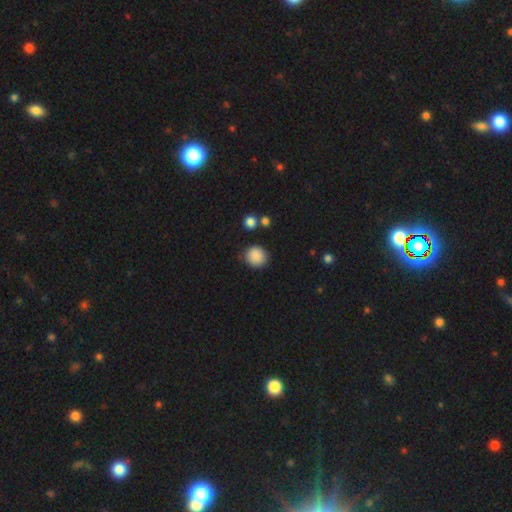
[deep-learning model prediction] Morphology: type=smooth (88%); roundness=round (86%); merging=none (84%).